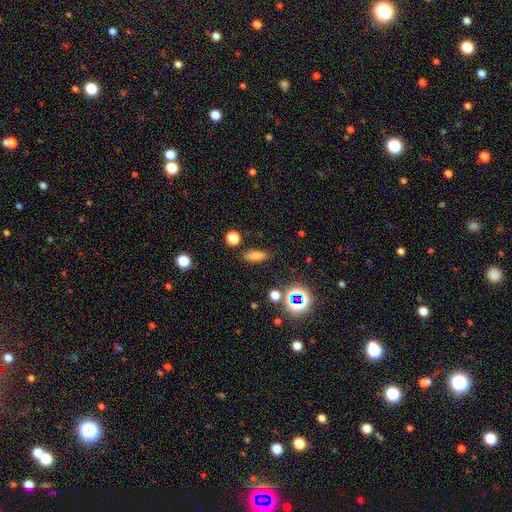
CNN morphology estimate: Overall: smooth (71%). How rounded: in between (65%; cigar-shaped 26%). Merging: none (85%).